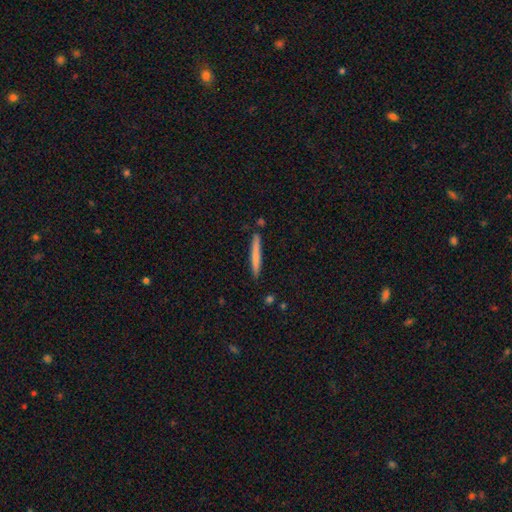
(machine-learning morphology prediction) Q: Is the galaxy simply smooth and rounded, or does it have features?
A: smooth — 71%.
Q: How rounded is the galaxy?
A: cigar-shaped — 96%.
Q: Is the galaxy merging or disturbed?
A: none — 87%.